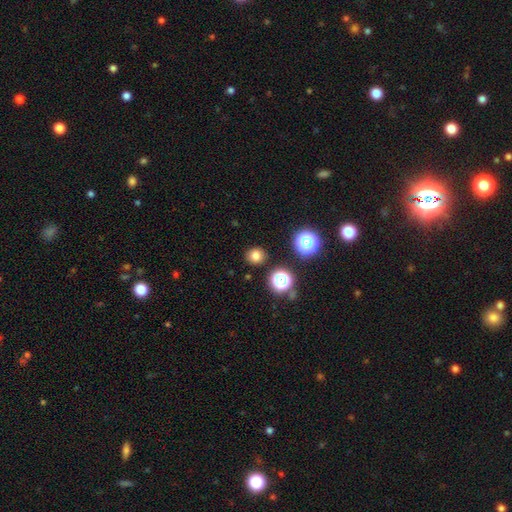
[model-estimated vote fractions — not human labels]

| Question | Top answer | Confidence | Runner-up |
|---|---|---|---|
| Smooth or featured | smooth | 78% | star or artifact (17%) |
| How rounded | round | 85% | in between (14%) |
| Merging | none | 88% | minor disturbance (7%) |